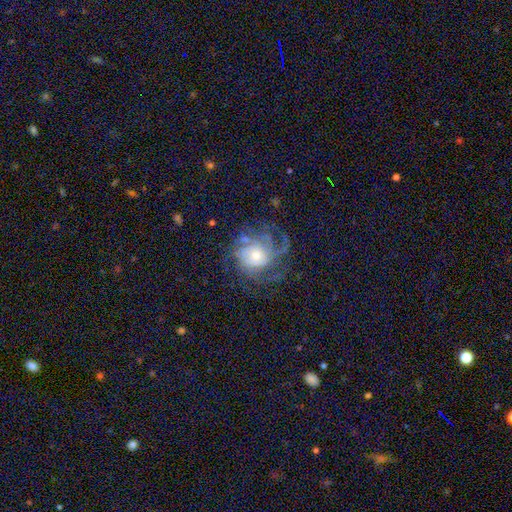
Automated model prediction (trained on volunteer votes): This is likely a featured or disk galaxy (80%). It is clearly not viewed edge-on (98%). Bar: likely no (78%). Spiral arm pattern: clearly yes (92%). Spiral arm count: marginally can't tell (33%). Spiral winding: possibly tight (48%). Central bulge: possibly moderate (50%). Merging: possibly none (58%).